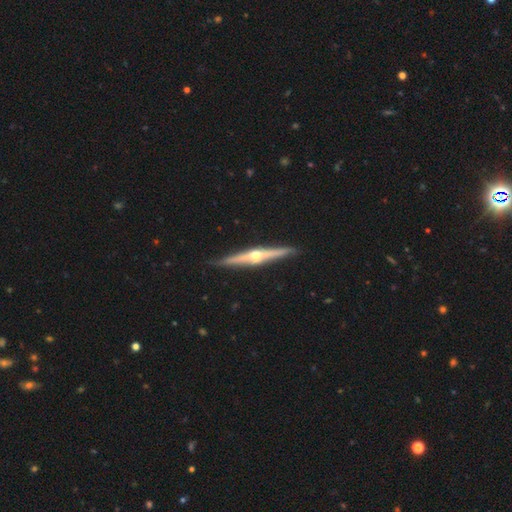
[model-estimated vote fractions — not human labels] Overall: featured or disk (78%). Edge-on disk: yes (98%). Edge-on bulge: rounded (93%). Merging: none (90%).